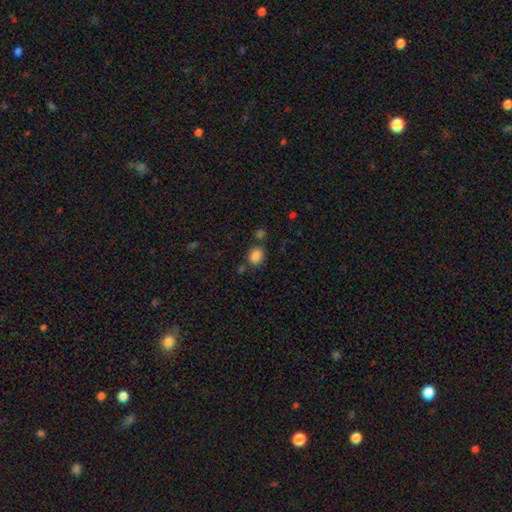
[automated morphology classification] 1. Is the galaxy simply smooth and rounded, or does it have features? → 85% smooth, 10% star or artifact, 4% featured or disk.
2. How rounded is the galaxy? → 54% in between, 45% round, 1% cigar-shaped.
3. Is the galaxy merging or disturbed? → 73% none, 13% minor disturbance, 10% merger, 4% major disturbance.